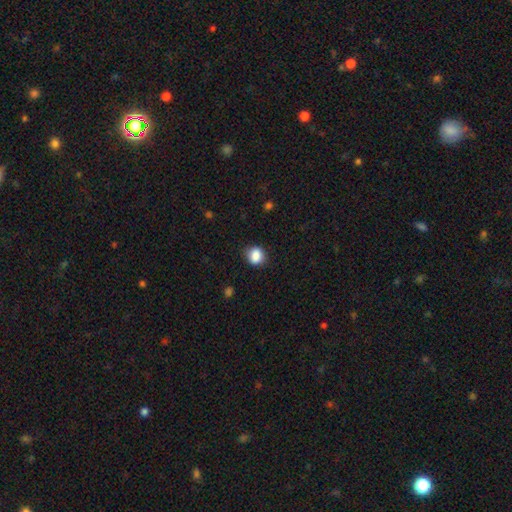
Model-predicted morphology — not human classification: Overall: smooth (87%). How rounded: round (68%; in between 31%). Merging: none (82%).